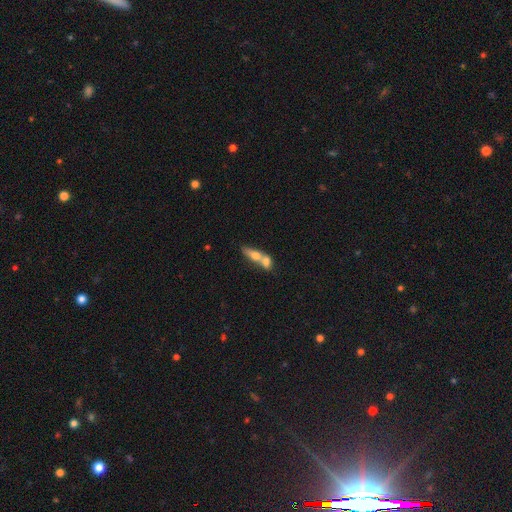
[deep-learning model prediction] The model was most divided on "how rounded": in between: 56%, cigar-shaped: 32%, round: 13%. More confident: merging — merger (73%); smooth or featured — smooth (62%).